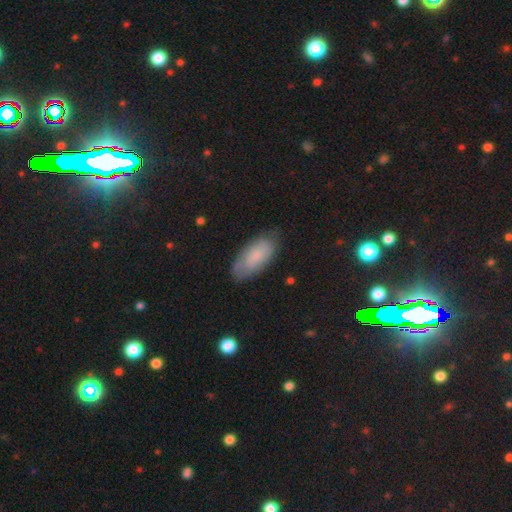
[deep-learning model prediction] Smooth or featured: smooth — 68% (featured or disk — 24%)
How rounded: in between — 89% (cigar-shaped — 9%)
Merging: none — 74% (minor disturbance — 20%)